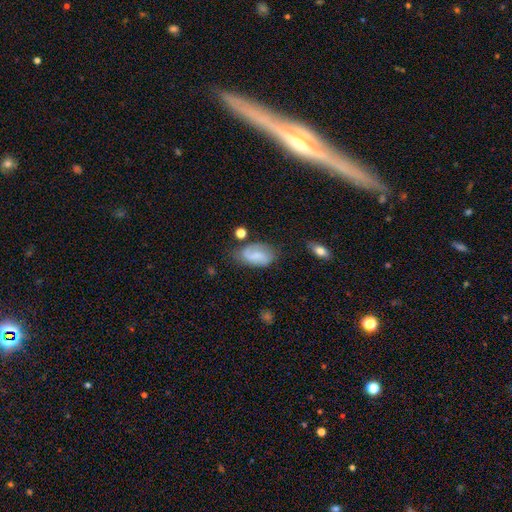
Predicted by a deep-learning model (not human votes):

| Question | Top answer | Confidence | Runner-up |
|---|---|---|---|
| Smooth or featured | smooth | 48% | featured or disk (44%) |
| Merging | none | 60% | minor disturbance (26%) |